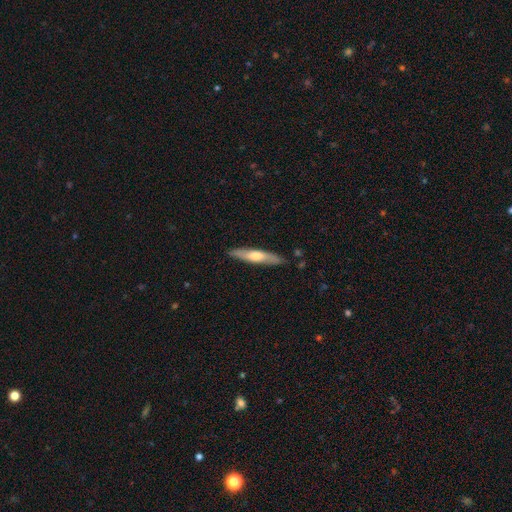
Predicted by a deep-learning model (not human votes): Smooth or featured?
  - smooth: 50% *
  - featured or disk: 45%
  - star or artifact: 5%
How rounded?
  - cigar-shaped: 86% *
  - in between: 12%
  - round: 1%
Merging?
  - none: 87% *
  - minor disturbance: 10%
  - major disturbance: 2%
  - merger: 2%